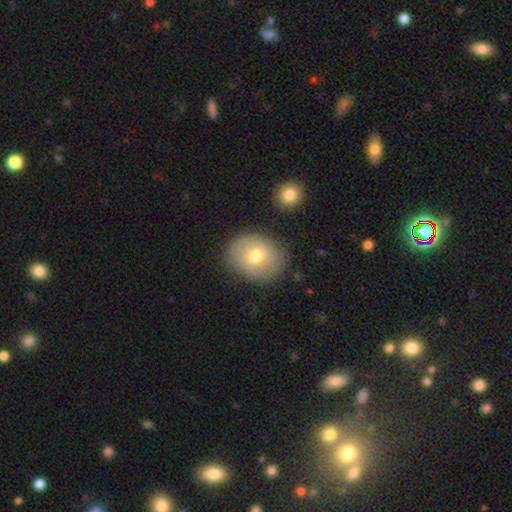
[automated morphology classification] A smooth galaxy with no disk features (69%) that is in between round and cigar-shaped (52%). Merging: none (80%).